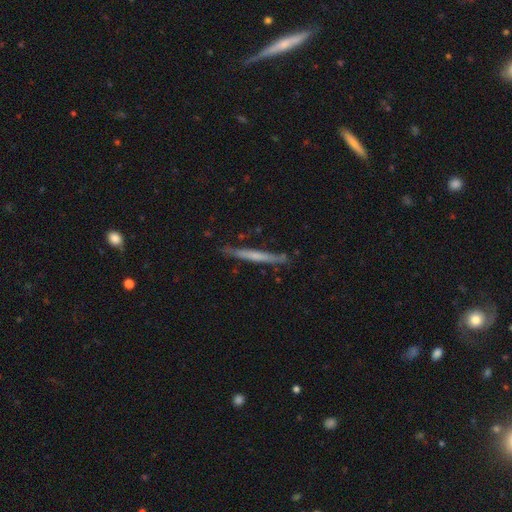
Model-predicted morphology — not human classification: The model was most divided on "smooth or featured": featured or disk: 51%, smooth: 43%, star or artifact: 6%. More confident: edge-on disk — yes (95%); merging — none (83%).